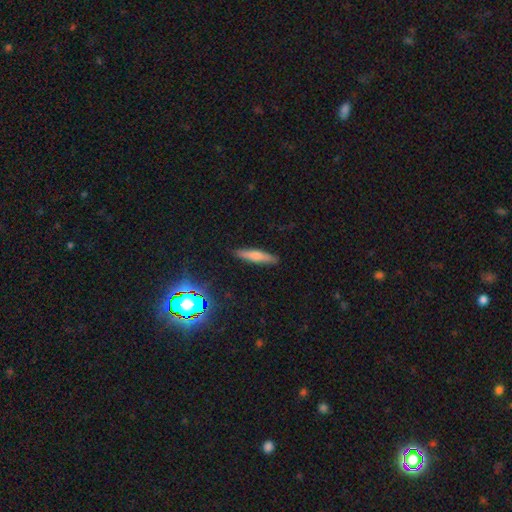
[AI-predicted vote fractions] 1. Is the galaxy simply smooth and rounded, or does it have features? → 64% smooth, 27% featured or disk, 10% star or artifact.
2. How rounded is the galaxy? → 85% cigar-shaped, 13% in between, 2% round.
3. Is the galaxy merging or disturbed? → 88% none, 9% minor disturbance, 2% major disturbance, 1% merger.